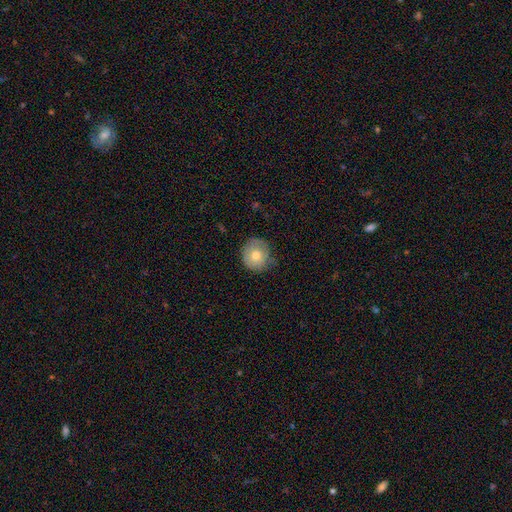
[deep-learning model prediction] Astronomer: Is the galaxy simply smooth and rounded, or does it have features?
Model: smooth — 69%.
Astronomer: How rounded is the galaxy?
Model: round — 88%.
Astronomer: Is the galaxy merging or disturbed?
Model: none — 70%.